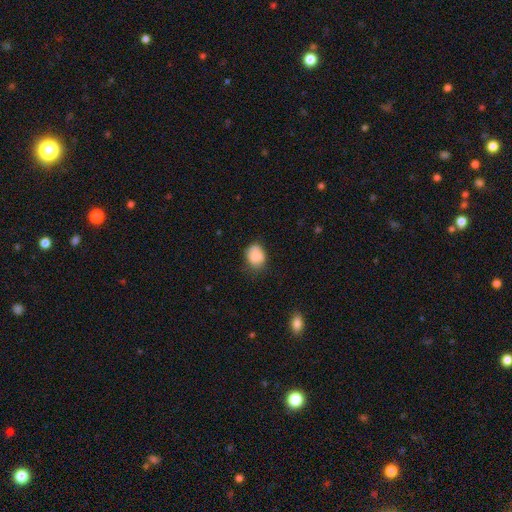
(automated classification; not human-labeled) Smooth or featured?
  - smooth: 86% *
  - star or artifact: 8%
  - featured or disk: 6%
How rounded?
  - in between: 50% *
  - round: 49%
  - cigar-shaped: 1%
Merging?
  - none: 66% *
  - minor disturbance: 27%
  - major disturbance: 6%
  - merger: 1%